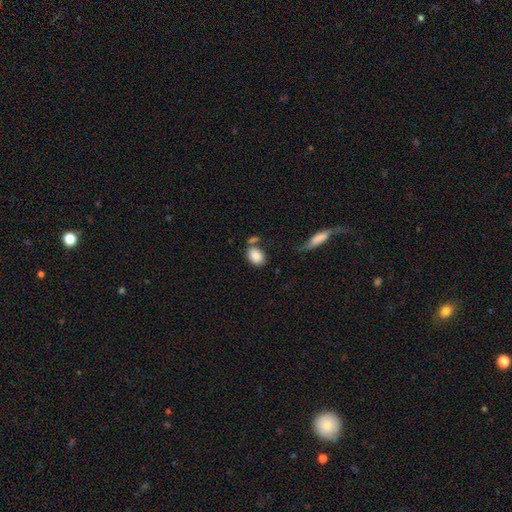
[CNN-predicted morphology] type=smooth (85%); roundness=in between (74%); merging=none (56%).